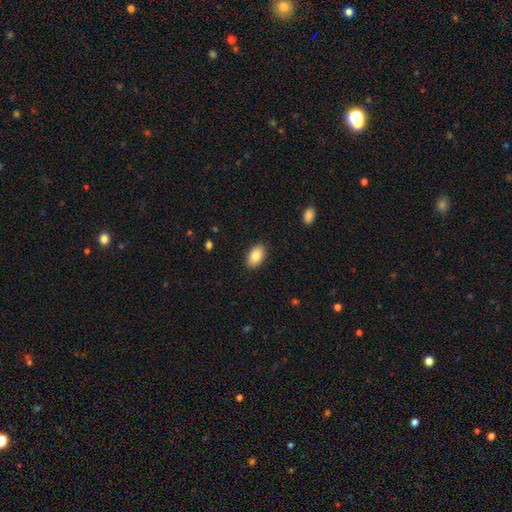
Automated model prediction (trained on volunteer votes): Smooth or featured?
  - smooth: 85% *
  - featured or disk: 8%
  - star or artifact: 7%
How rounded?
  - in between: 93% *
  - round: 5%
  - cigar-shaped: 1%
Merging?
  - none: 89% *
  - minor disturbance: 8%
  - major disturbance: 2%
  - merger: 1%